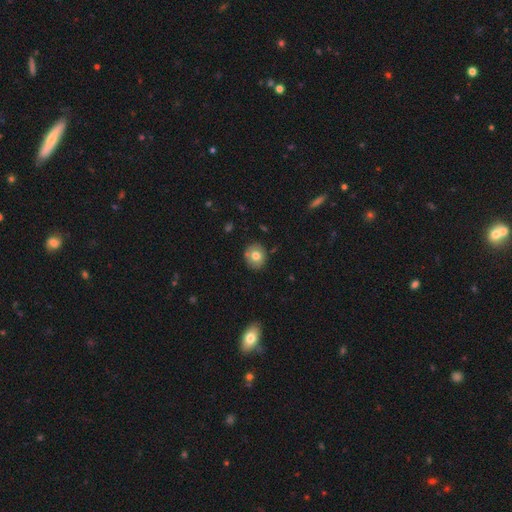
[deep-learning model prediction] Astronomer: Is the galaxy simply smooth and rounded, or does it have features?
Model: smooth — 75%.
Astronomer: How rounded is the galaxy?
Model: round — 73%.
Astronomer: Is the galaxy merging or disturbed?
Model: none — 83%.